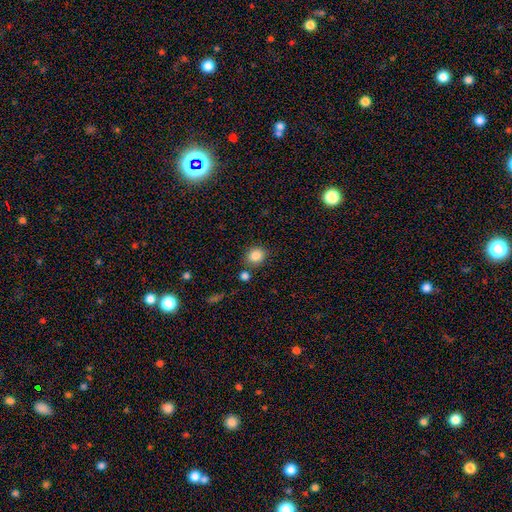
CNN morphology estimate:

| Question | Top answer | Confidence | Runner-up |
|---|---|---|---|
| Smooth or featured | smooth | 85% | star or artifact (10%) |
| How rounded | round | 70% | in between (29%) |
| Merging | none | 76% | minor disturbance (11%) |